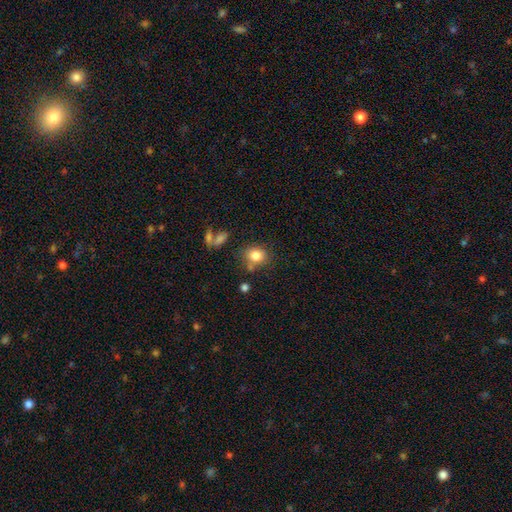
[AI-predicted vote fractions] Smooth or featured?
  - smooth: 82% *
  - star or artifact: 10%
  - featured or disk: 8%
How rounded?
  - round: 62% *
  - in between: 37%
  - cigar-shaped: 1%
Merging?
  - none: 69% *
  - minor disturbance: 16%
  - merger: 10%
  - major disturbance: 5%